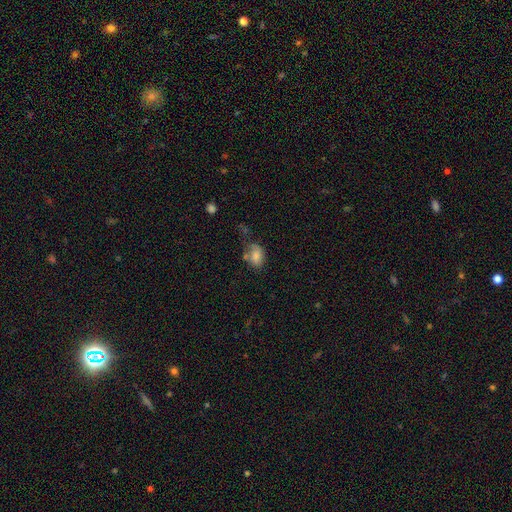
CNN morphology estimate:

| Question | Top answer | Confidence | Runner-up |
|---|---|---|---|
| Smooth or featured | smooth | 80% | featured or disk (11%) |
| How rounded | in between | 81% | round (17%) |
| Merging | none | 49% | minor disturbance (26%) |